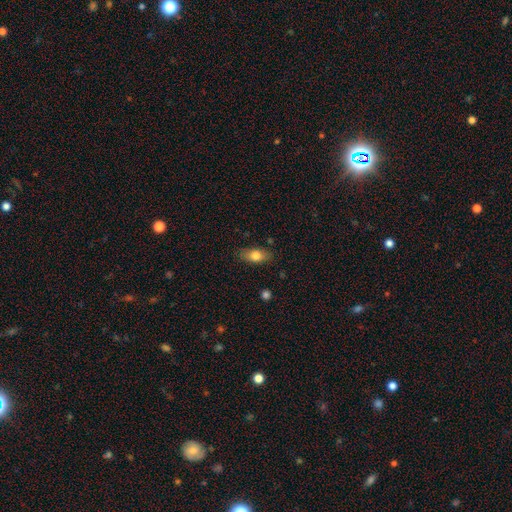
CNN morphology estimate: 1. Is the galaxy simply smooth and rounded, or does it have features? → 78% smooth, 15% featured or disk, 7% star or artifact.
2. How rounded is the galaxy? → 84% in between, 9% cigar-shaped, 7% round.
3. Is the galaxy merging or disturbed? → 83% none, 13% minor disturbance, 3% major disturbance, 1% merger.